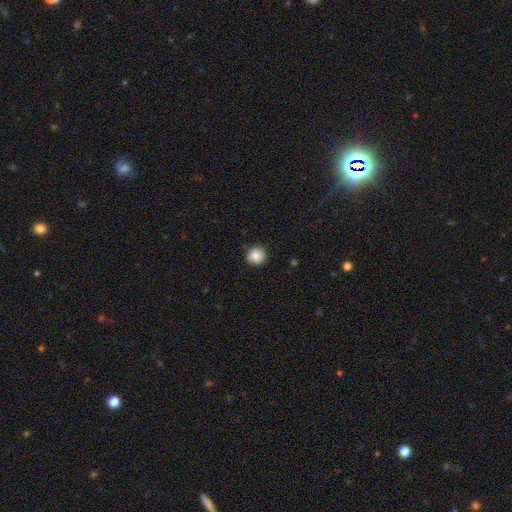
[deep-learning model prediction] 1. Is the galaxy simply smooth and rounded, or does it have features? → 84% smooth, 9% star or artifact, 8% featured or disk.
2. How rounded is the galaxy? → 93% round, 6% in between, 1% cigar-shaped.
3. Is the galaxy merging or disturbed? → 89% none, 8% minor disturbance, 2% major disturbance, 1% merger.